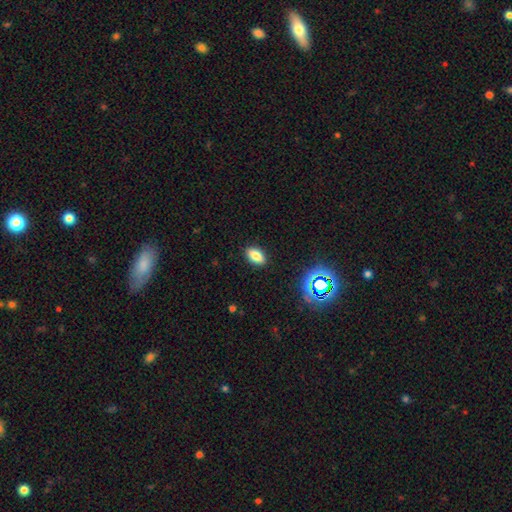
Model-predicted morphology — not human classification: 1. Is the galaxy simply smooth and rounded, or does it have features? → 77% smooth, 13% star or artifact, 10% featured or disk.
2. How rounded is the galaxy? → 88% in between, 6% round, 6% cigar-shaped.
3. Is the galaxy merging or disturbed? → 89% none, 8% minor disturbance, 2% major disturbance, 1% merger.